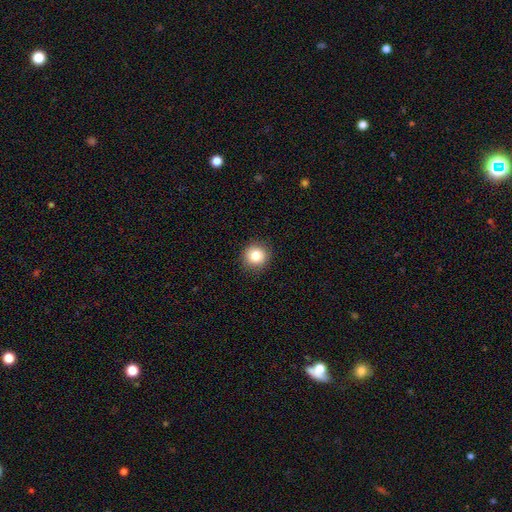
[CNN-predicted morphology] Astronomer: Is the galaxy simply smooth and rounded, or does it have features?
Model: smooth — 81%.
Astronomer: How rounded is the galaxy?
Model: round — 93%.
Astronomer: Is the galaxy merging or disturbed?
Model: none — 91%.